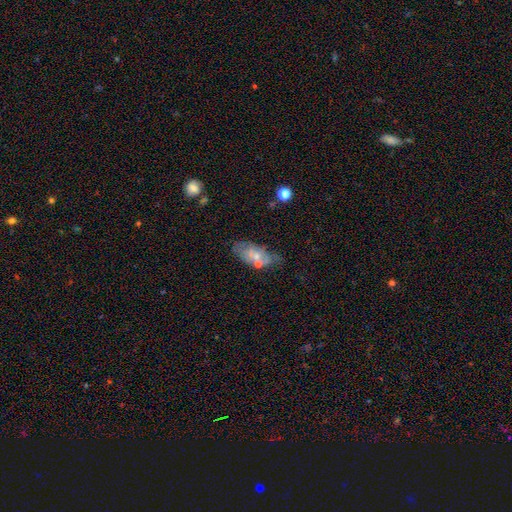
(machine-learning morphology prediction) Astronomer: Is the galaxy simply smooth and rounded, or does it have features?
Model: smooth — 52% (runner-up: featured or disk, 40%).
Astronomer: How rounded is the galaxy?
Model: in between — 88%.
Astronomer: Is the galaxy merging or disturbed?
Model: none — 48% (runner-up: minor disturbance, 26%).